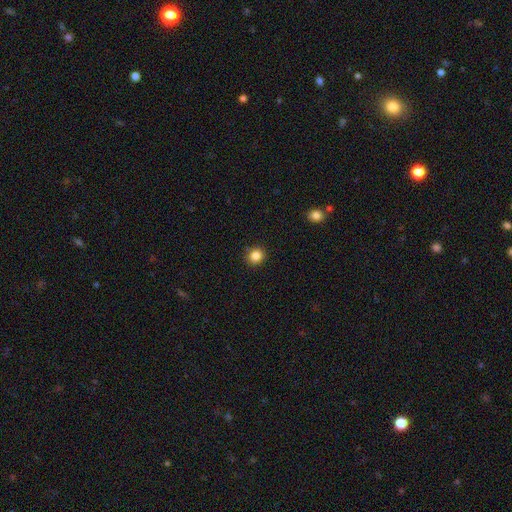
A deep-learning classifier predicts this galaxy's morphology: A smooth galaxy with no disk features (85%) that is round (87%). Merging: none (89%).